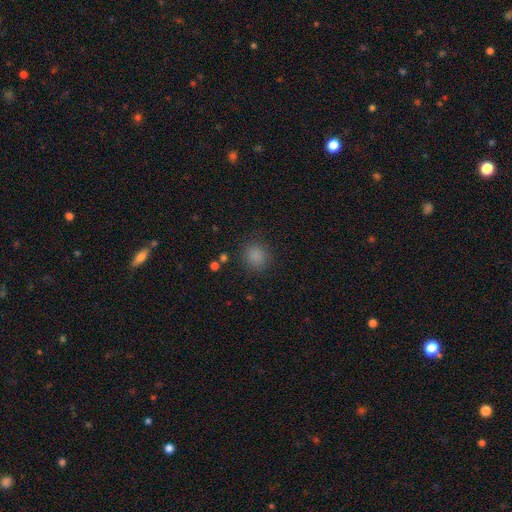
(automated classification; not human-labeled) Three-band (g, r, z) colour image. It shows a smooth galaxy with no disk features (84%) that is round (82%). Merging: none (86%).